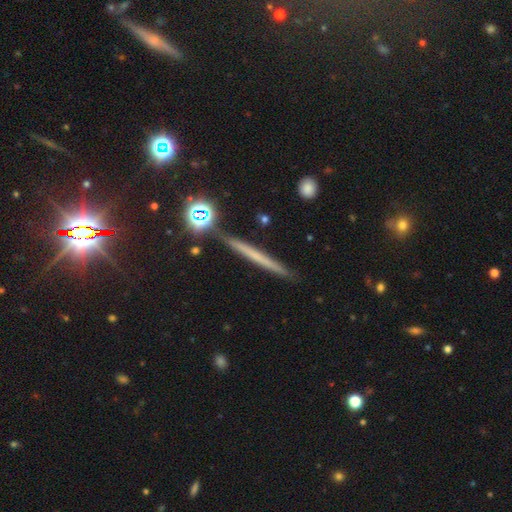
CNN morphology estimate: Smooth or featured? smooth (44%, tied with featured or disk)
Merging? none (88%)